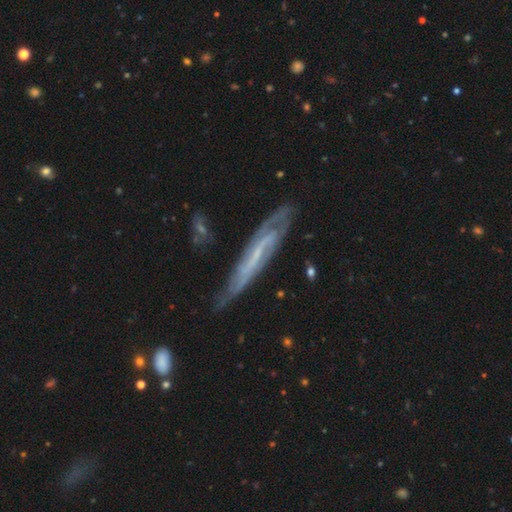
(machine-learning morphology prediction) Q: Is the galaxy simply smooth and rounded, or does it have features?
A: featured or disk — 75%.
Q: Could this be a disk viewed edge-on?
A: no — 53%.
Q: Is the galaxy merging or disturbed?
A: none — 69%.